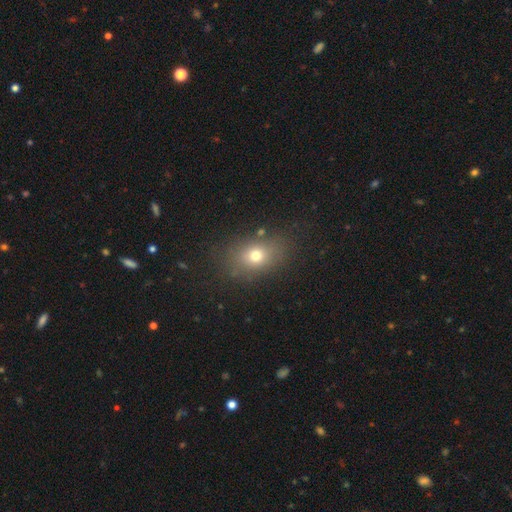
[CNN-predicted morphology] This is likely a smooth galaxy (72%). How rounded: likely in between (64%). Merging: likely none (79%).